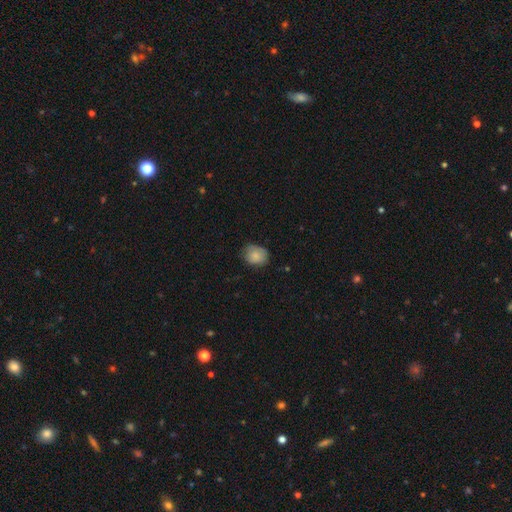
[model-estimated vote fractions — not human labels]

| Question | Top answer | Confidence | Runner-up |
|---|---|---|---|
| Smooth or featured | smooth | 83% | featured or disk (9%) |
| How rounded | round | 54% | in between (45%) |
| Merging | none | 69% | minor disturbance (25%) |